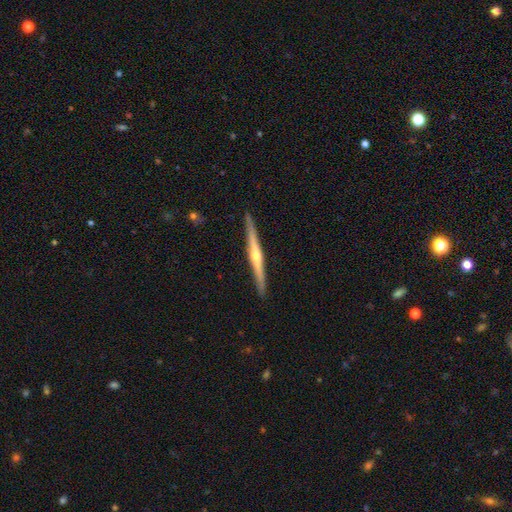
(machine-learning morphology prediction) Smooth or featured? Predicted: featured or disk (p=0.78). Edge-on disk? Predicted: yes (p=0.98). Edge-on bulge? Predicted: rounded (p=0.88). Merging? Predicted: none (p=0.92).